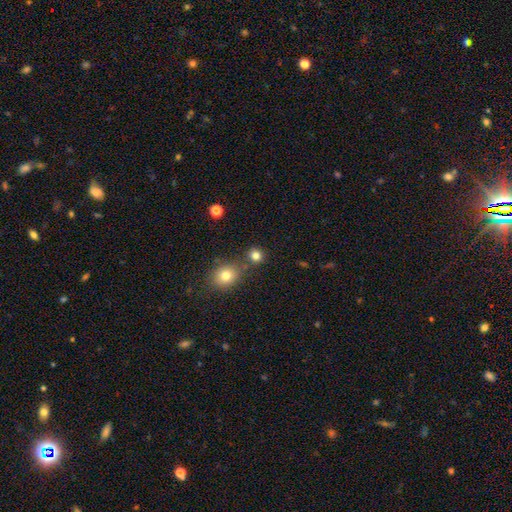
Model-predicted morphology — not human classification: type=smooth (81%); roundness=round (81%); merging=none (73%).